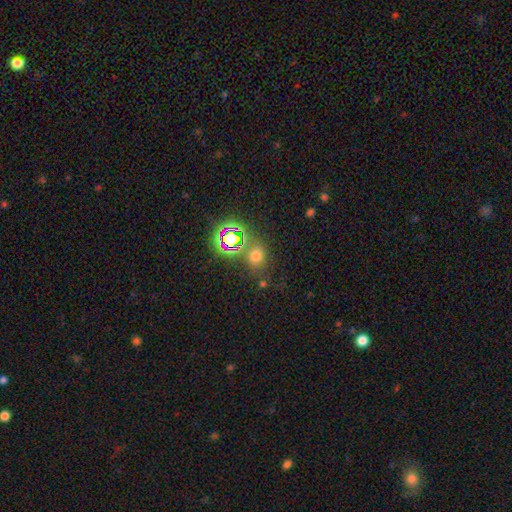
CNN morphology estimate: smooth-or-featured: smooth: 57% | star or artifact: 35% | featured or disk: 8%
  how-rounded: round: 63% | in between: 35% | cigar-shaped: 2%
  merging: none: 70% | minor disturbance: 12% | merger: 11% | major disturbance: 6%